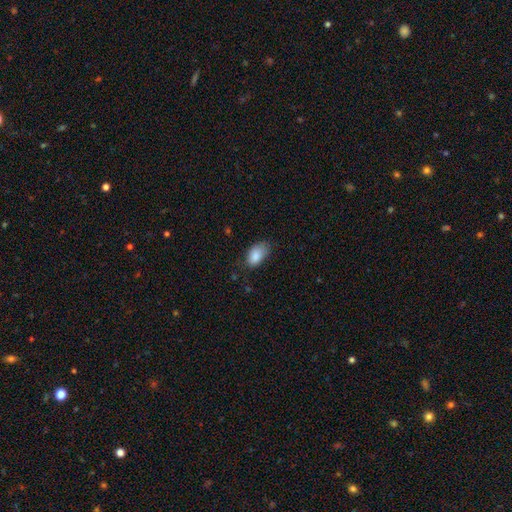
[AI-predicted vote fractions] The model was most divided on "merging": none: 58%, minor disturbance: 33%, major disturbance: 8%, merger: 2%. More confident: how rounded — in between (91%); smooth or featured — smooth (86%).